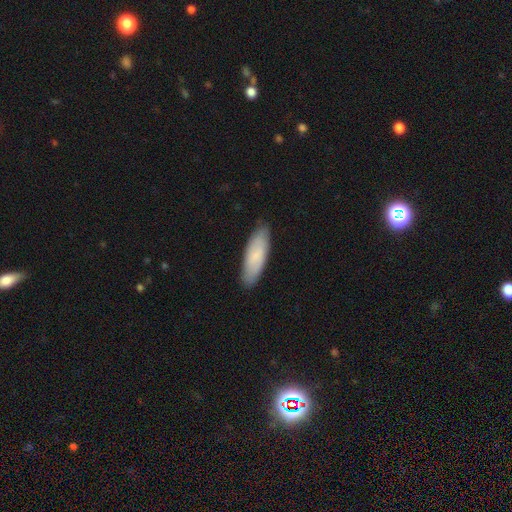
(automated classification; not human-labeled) This is likely a smooth galaxy (79%). How rounded: possibly in between (54%). Merging: clearly none (85%).